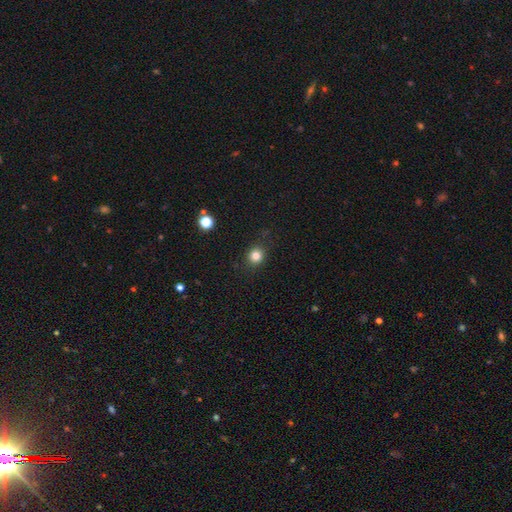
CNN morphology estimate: Smooth or featured: smooth — 82% (star or artifact — 13%)
How rounded: round — 83% (in between — 16%)
Merging: none — 87% (minor disturbance — 9%)